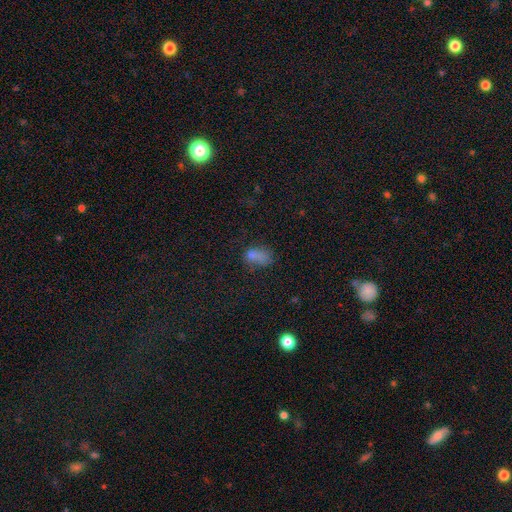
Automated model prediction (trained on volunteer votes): Overall: smooth (70%). How rounded: in between (82%). Merging: none (37%; minor disturbance 25%).